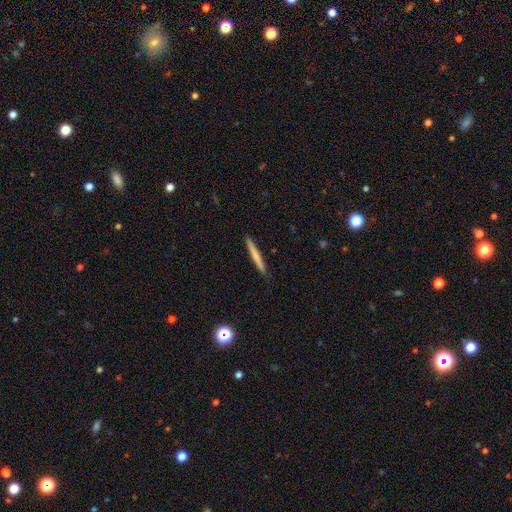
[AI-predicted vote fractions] This appears to be a smooth galaxy with no disk features (67%) that is cigar-shaped (96%). Merging: none (91%).